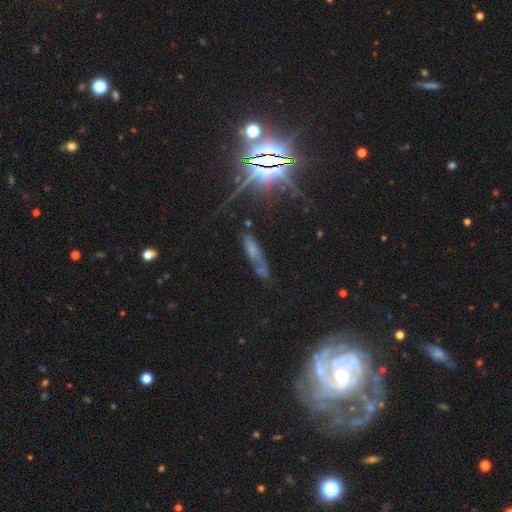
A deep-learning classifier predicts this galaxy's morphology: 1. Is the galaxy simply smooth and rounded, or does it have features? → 49% featured or disk, 31% star or artifact, 20% smooth.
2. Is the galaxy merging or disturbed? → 51% none, 21% minor disturbance, 16% major disturbance, 12% merger.